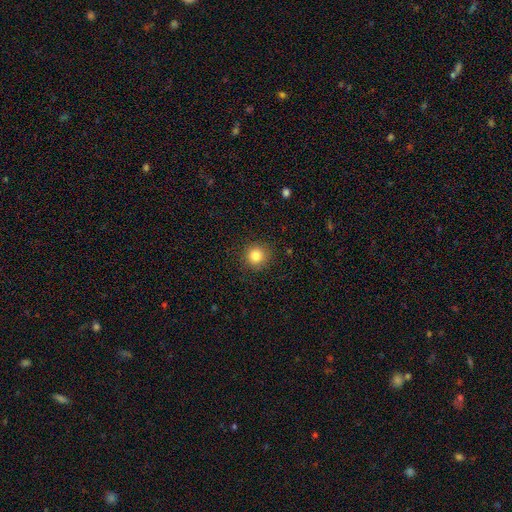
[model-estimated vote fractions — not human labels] smooth-or-featured: smooth: 84% | star or artifact: 11% | featured or disk: 5%
  how-rounded: round: 93% | in between: 6% | cigar-shaped: 1%
  merging: none: 90% | minor disturbance: 7% | major disturbance: 2% | merger: 1%